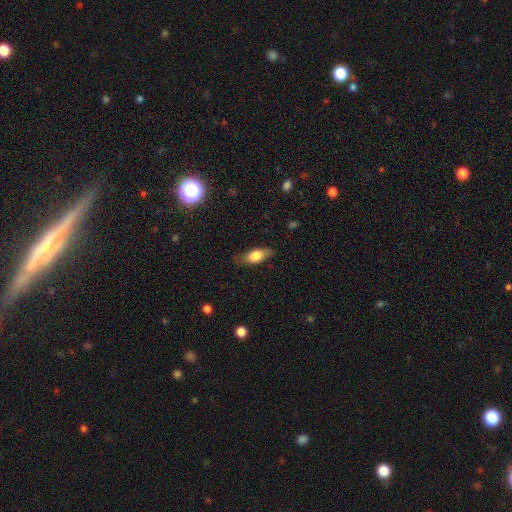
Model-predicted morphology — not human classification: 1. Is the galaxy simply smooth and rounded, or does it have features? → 71% smooth, 22% featured or disk, 7% star or artifact.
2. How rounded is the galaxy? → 77% in between, 18% cigar-shaped, 6% round.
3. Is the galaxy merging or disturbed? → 74% none, 19% minor disturbance, 6% major disturbance, 1% merger.